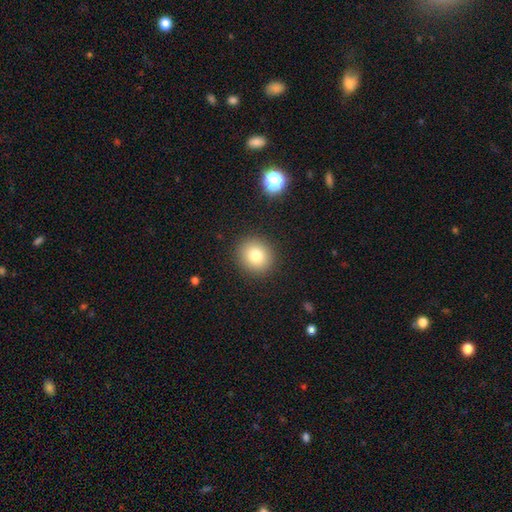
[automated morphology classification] smooth_or_featured: smooth (p=0.80) [alt: star or artifact p=0.11]
how_rounded: round (p=0.86) [alt: in between p=0.13]
merging: none (p=0.91) [alt: minor disturbance p=0.06]